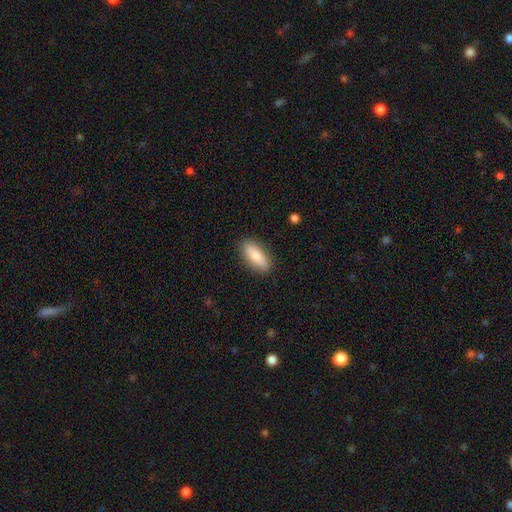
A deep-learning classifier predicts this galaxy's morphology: Smooth or featured?
  - smooth: 76% *
  - featured or disk: 18%
  - star or artifact: 6%
How rounded?
  - in between: 76% *
  - cigar-shaped: 21%
  - round: 3%
Merging?
  - none: 87% *
  - minor disturbance: 10%
  - major disturbance: 2%
  - merger: 1%